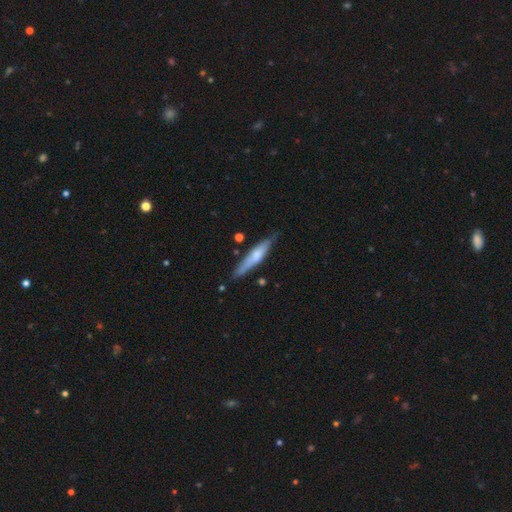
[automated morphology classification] smooth 51%, featured or disk 43%, star or artifact 6%. Down the decision tree: how rounded — cigar-shaped (86%); merging — none (78%).